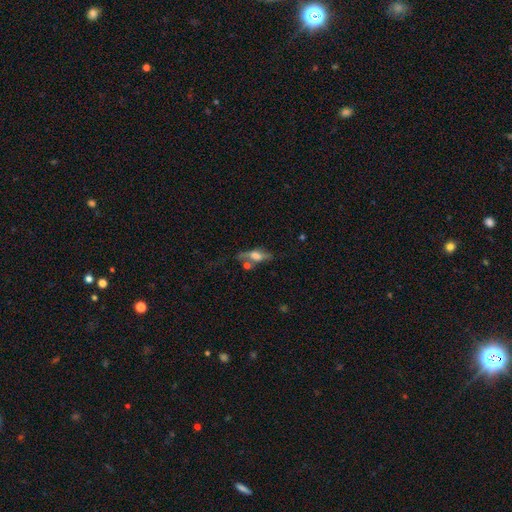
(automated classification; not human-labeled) Q: Smooth or featured?
A: featured or disk (45%); runner-up: smooth (44%)
Q: Merging?
A: none (43%); runner-up: minor disturbance (21%)